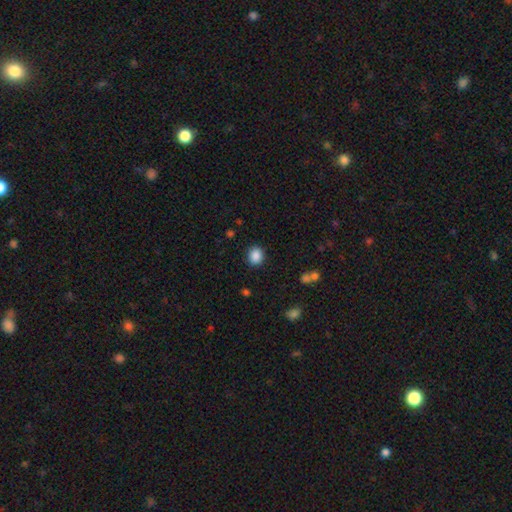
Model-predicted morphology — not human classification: Smooth or featured? smooth (88%)
How rounded? round (65%)
Merging? none (88%)